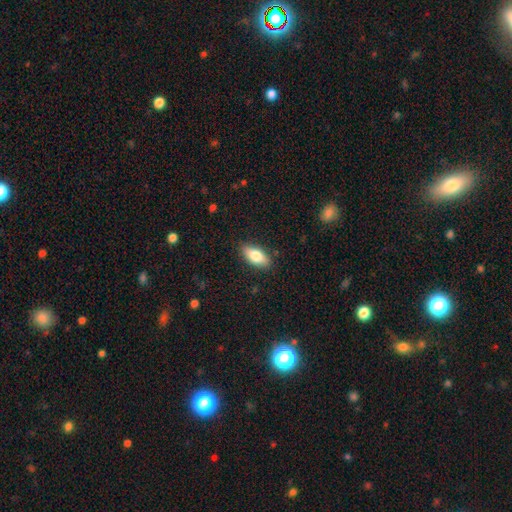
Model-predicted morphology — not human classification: Q: Smooth or featured?
A: smooth (79%); runner-up: featured or disk (15%)
Q: How rounded?
A: in between (85%); runner-up: cigar-shaped (12%)
Q: Merging?
A: none (88%); runner-up: minor disturbance (9%)